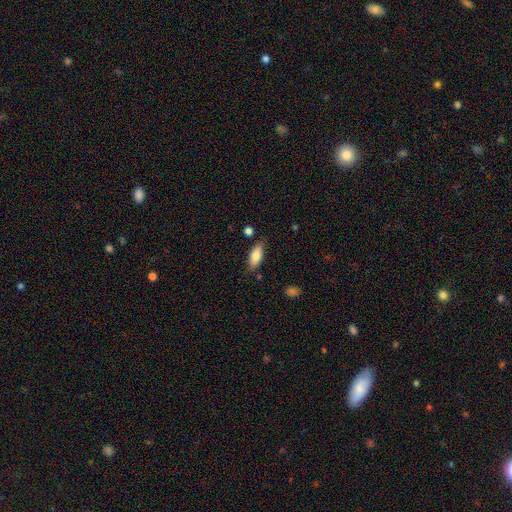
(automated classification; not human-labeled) smooth 79%, featured or disk 14%, star or artifact 7%. Down the decision tree: how rounded — in between (79%); merging — none (79%).